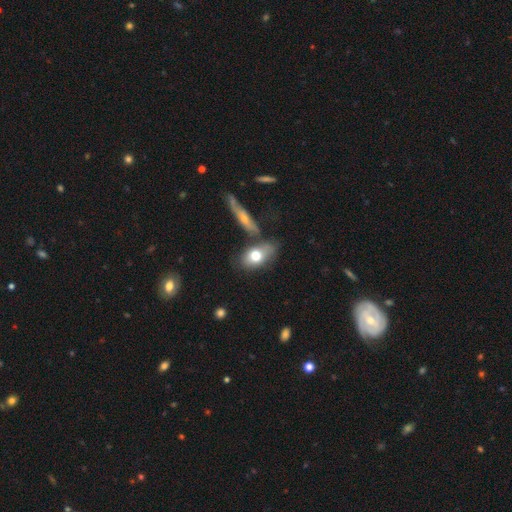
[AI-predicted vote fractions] Smooth or featured?
  - smooth: 71% *
  - featured or disk: 22%
  - star or artifact: 7%
How rounded?
  - in between: 80% *
  - round: 14%
  - cigar-shaped: 7%
Merging?
  - none: 55% *
  - merger: 21%
  - minor disturbance: 17%
  - major disturbance: 7%